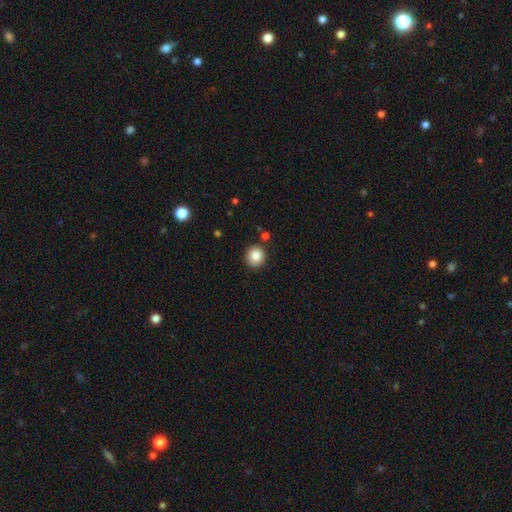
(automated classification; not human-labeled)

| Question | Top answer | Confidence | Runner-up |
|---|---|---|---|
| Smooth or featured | smooth | 85% | star or artifact (9%) |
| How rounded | round | 91% | in between (8%) |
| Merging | none | 86% | minor disturbance (8%) |